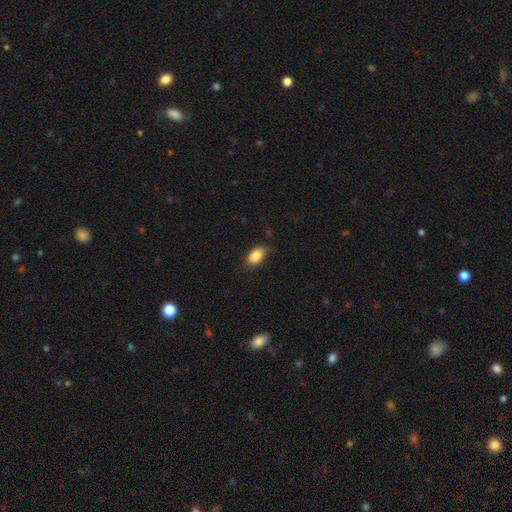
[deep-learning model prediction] Q: Smooth or featured?
A: smooth (86%); runner-up: star or artifact (7%)
Q: How rounded?
A: in between (90%); runner-up: round (7%)
Q: Merging?
A: none (76%); runner-up: minor disturbance (19%)